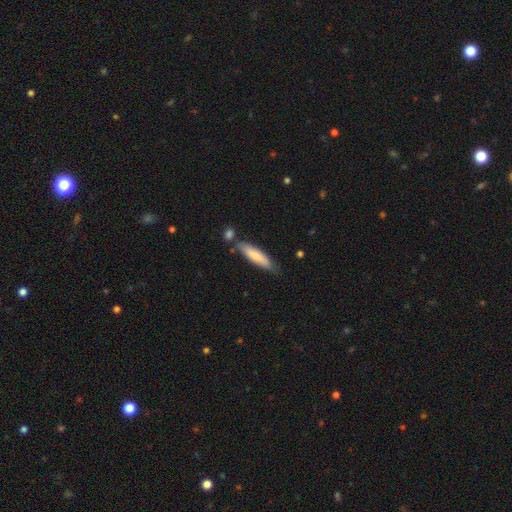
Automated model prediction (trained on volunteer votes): The model was most divided on "merging": none: 68%, minor disturbance: 19%, merger: 9%, major disturbance: 4%. More confident: smooth or featured — smooth (75%); how rounded — cigar-shaped (75%).